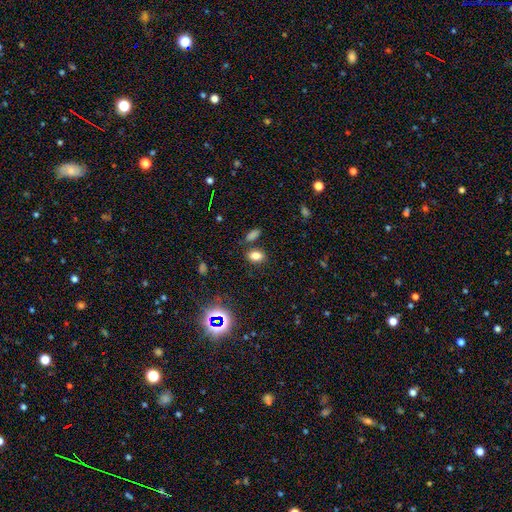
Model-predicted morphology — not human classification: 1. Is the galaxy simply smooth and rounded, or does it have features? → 79% smooth, 14% star or artifact, 7% featured or disk.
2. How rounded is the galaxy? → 83% in between, 15% round, 2% cigar-shaped.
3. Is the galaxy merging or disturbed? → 77% none, 11% minor disturbance, 9% merger, 4% major disturbance.